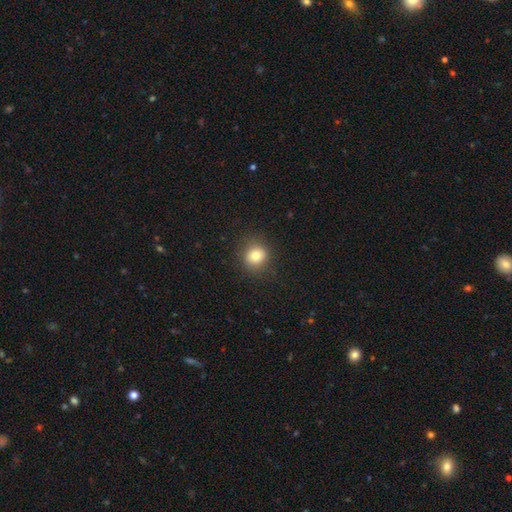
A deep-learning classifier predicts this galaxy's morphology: A smooth galaxy with no disk features (81%) that is round (83%). Merging: none (86%).